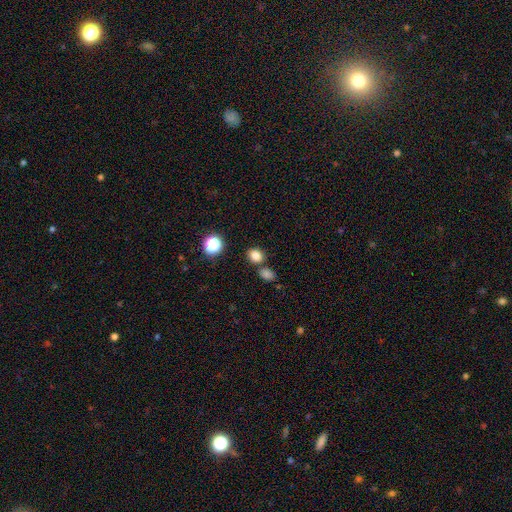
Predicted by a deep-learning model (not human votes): Smooth or featured: smooth — 80% (star or artifact — 15%)
How rounded: round — 60% (in between — 39%)
Merging: none — 71% (merger — 16%)